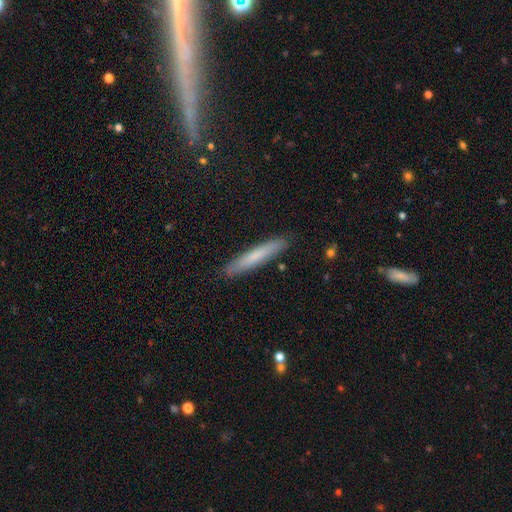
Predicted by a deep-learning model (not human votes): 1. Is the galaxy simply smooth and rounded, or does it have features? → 69% smooth, 25% featured or disk, 6% star or artifact.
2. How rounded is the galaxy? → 93% cigar-shaped, 6% in between, 1% round.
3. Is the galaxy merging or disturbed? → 89% none, 8% minor disturbance, 2% major disturbance, 1% merger.